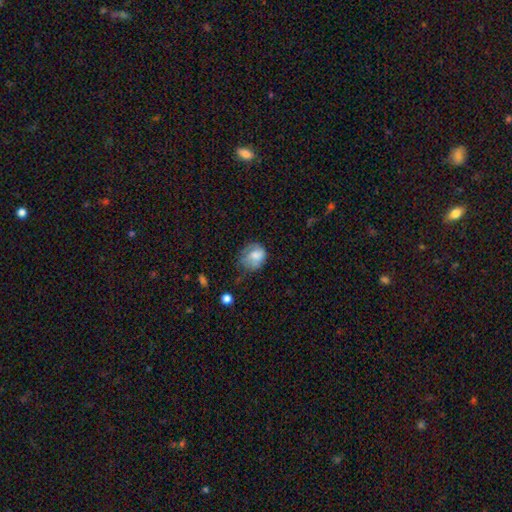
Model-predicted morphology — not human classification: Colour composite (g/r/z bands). It shows a smooth galaxy with no disk features (69%) that is round (60%). Merging: none (42%).